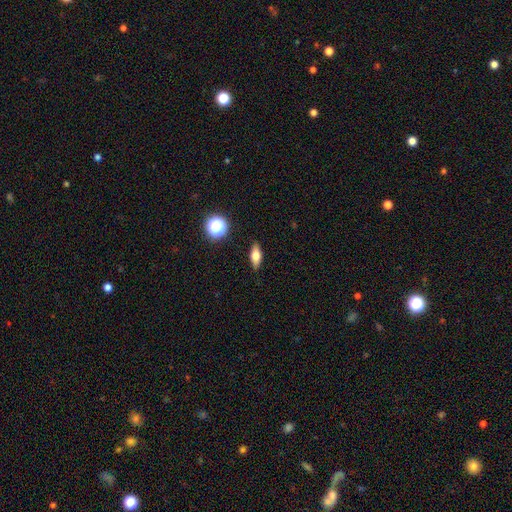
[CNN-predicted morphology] Smooth or featured: smooth — 62% (featured or disk — 28%)
How rounded: in between — 67% (cigar-shaped — 25%)
Merging: none — 88% (minor disturbance — 8%)